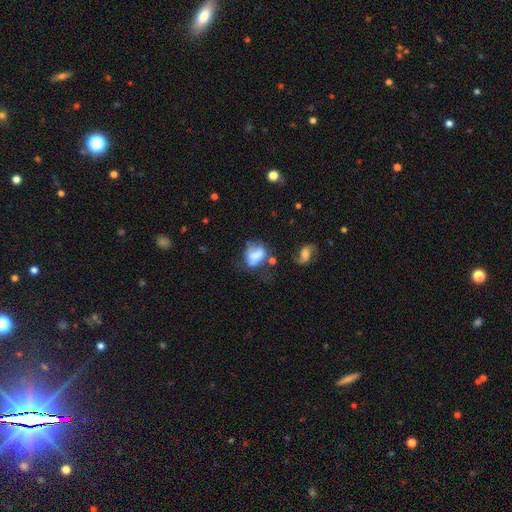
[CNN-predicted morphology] Smooth or featured? Predicted: smooth (p=0.63). How rounded? Predicted: in between (p=0.75). Merging? Predicted: none (p=0.30).